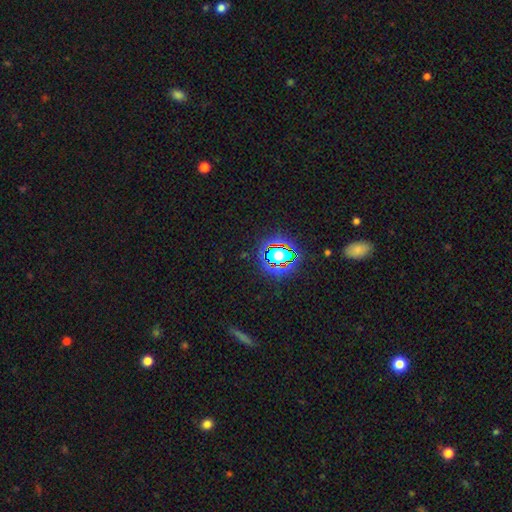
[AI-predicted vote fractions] A star or artifact, not a galaxy (75%).

Vote fractions:
- Smooth or featured? star or artifact: 75% / smooth: 16% / featured or disk: 9%